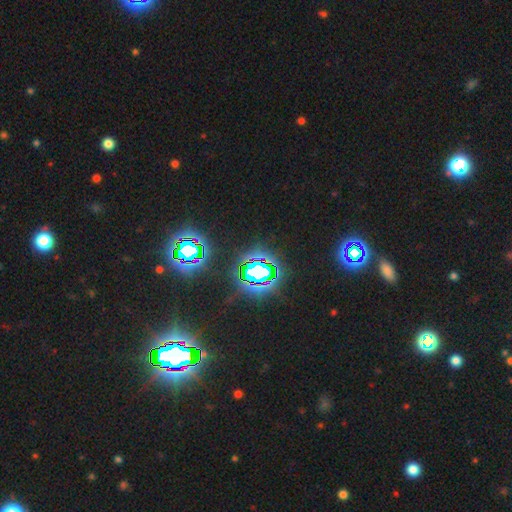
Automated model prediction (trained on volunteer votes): Overall: star or artifact (81%).